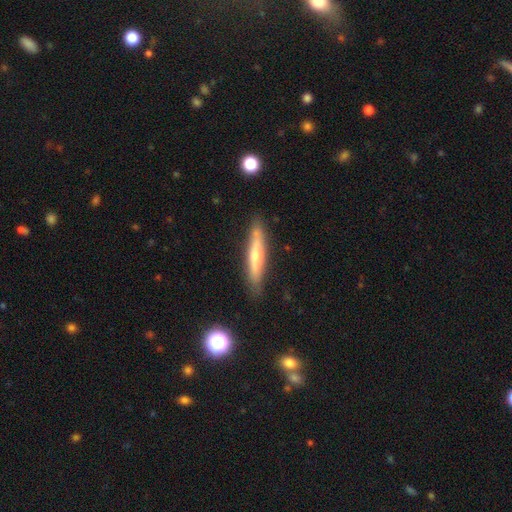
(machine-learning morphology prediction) Overall: featured or disk (52%; smooth 40%). Edge-on disk: yes (90%). Merging: none (87%).